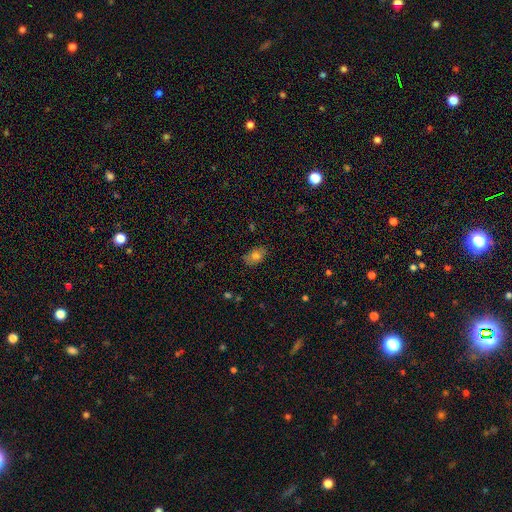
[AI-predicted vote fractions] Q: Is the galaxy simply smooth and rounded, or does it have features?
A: smooth — 77%.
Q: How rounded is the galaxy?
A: in between — 85%.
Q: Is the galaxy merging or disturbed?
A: none — 77%.